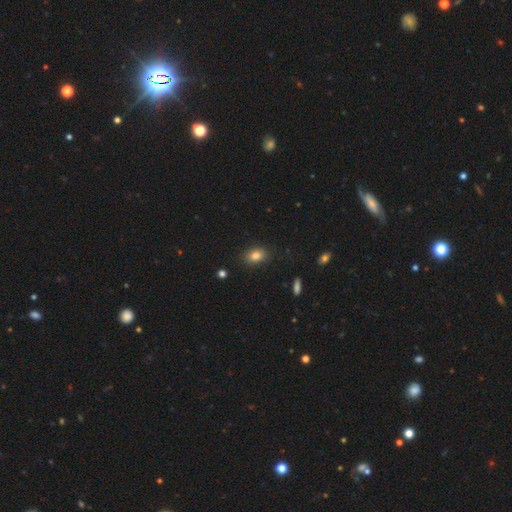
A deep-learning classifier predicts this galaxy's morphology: The model was most divided on "how rounded": in between: 73%, round: 26%, cigar-shaped: 1%. More confident: merging — none (87%); smooth or featured — smooth (82%).